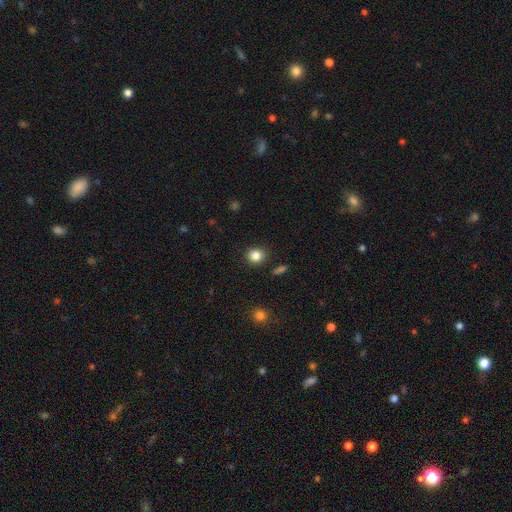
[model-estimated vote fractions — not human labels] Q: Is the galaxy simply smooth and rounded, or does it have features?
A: smooth — 84%.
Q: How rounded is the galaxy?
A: round — 80%.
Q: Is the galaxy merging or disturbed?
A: none — 88%.